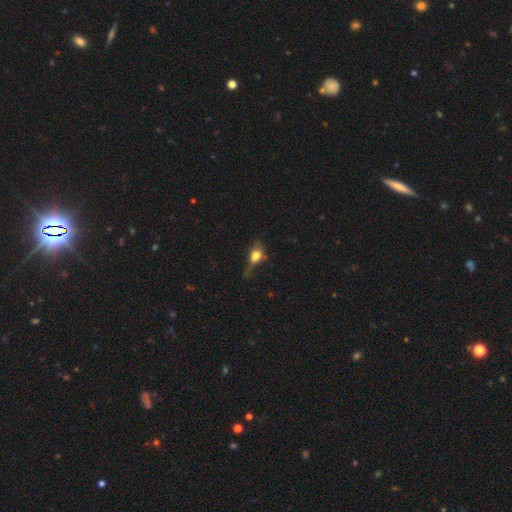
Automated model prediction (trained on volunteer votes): Smooth or featured: smooth — 70% (featured or disk — 19%)
How rounded: in between — 64% (round — 29%)
Merging: major disturbance — 37% (none — 30%)